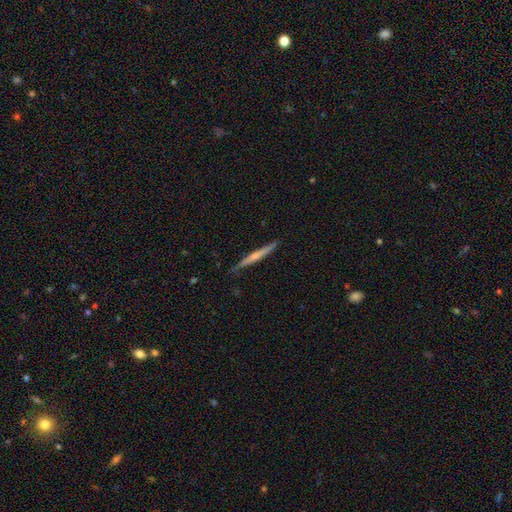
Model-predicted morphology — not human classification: Smooth or featured? Predicted: featured or disk (p=0.52). Edge-on disk? Predicted: yes (p=0.97). Edge-on bulge? Predicted: none (p=0.52). Merging? Predicted: none (p=0.87).